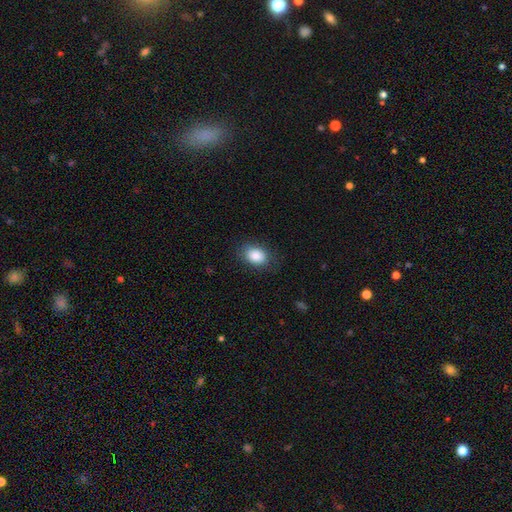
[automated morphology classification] This is clearly a smooth galaxy (87%). How rounded: likely in between (73%). Merging: clearly none (82%).